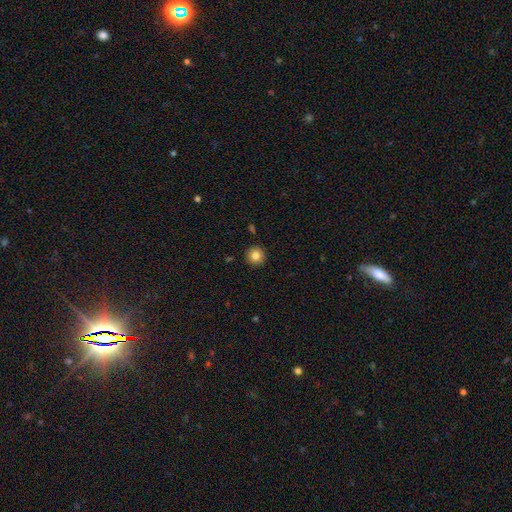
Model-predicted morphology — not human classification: This is clearly a smooth galaxy (83%). How rounded: clearly round (95%). Merging: clearly none (92%).